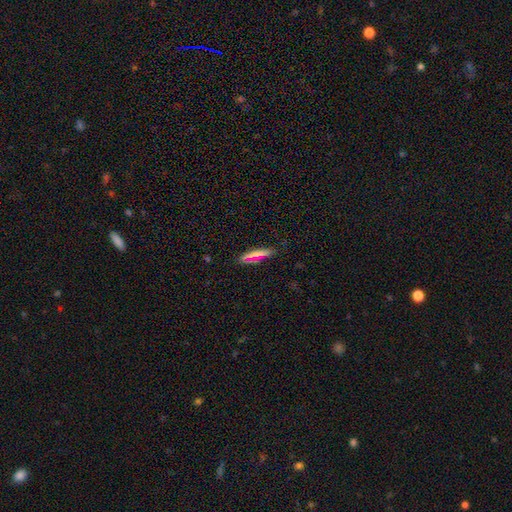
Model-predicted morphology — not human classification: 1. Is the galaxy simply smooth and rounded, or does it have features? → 67% smooth, 21% featured or disk, 12% star or artifact.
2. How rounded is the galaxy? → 73% cigar-shaped, 24% in between, 3% round.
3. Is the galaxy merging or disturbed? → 82% none, 13% minor disturbance, 3% major disturbance, 2% merger.